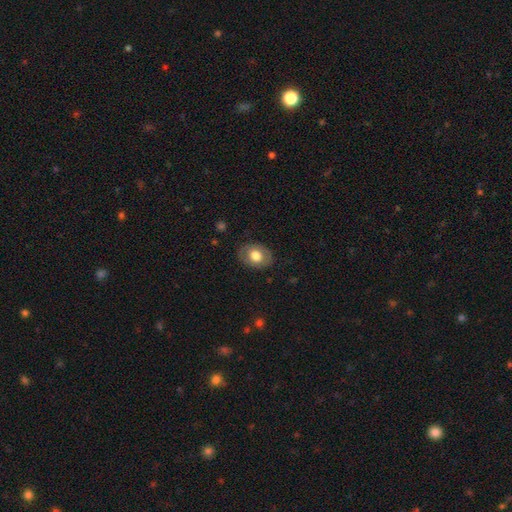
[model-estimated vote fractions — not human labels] A smooth galaxy with no disk features (67%) that is in between round and cigar-shaped (67%).

Vote fractions:
- Smooth or featured? smooth: 67% / featured or disk: 26% / star or artifact: 7%
- How rounded? in between: 67% / round: 32% / cigar-shaped: 1%
- Merging? none: 84% / minor disturbance: 12% / major disturbance: 4% / merger: 1%